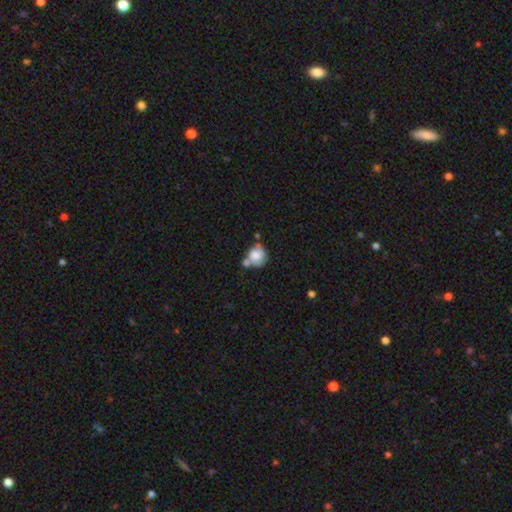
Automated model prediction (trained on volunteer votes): A smooth galaxy with no disk features (69%) that is round (75%). Merging: none (38%).